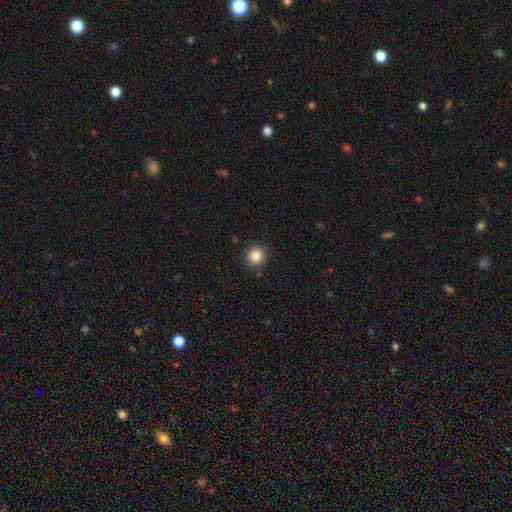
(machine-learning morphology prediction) Smooth or featured? Predicted: smooth (p=0.84). How rounded? Predicted: round (p=0.93). Merging? Predicted: none (p=0.91).